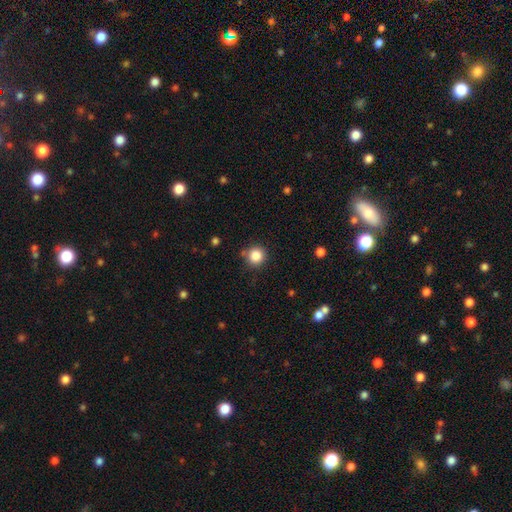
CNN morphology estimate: Smooth or featured? Predicted: smooth (p=0.85). How rounded? Predicted: round (p=0.94). Merging? Predicted: none (p=0.85).